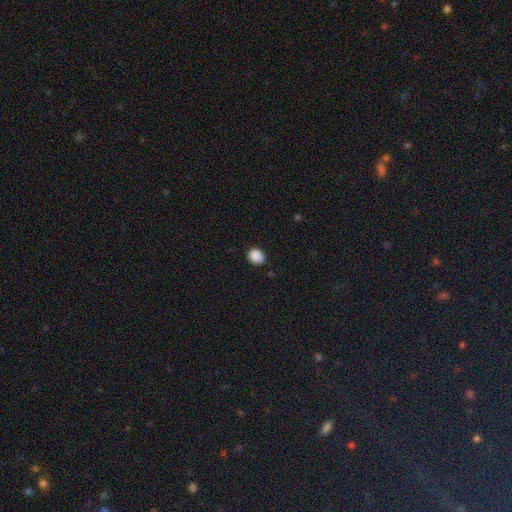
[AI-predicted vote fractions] This is clearly a smooth galaxy (88%). How rounded: likely round (63%). Merging: clearly none (85%).